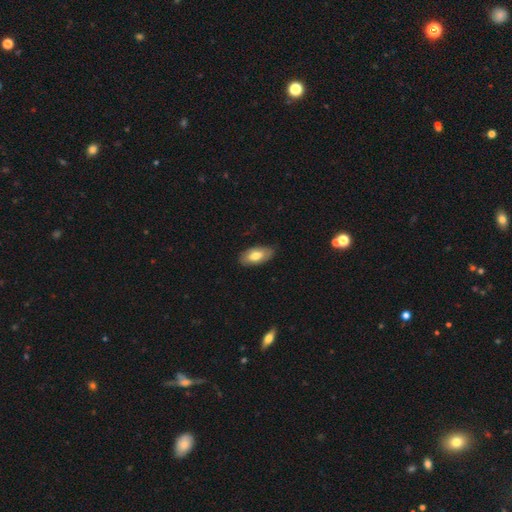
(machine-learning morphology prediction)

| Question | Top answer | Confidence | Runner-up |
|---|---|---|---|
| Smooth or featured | smooth | 67% | featured or disk (27%) |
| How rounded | in between | 93% | cigar-shaped (5%) |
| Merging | none | 83% | minor disturbance (14%) |